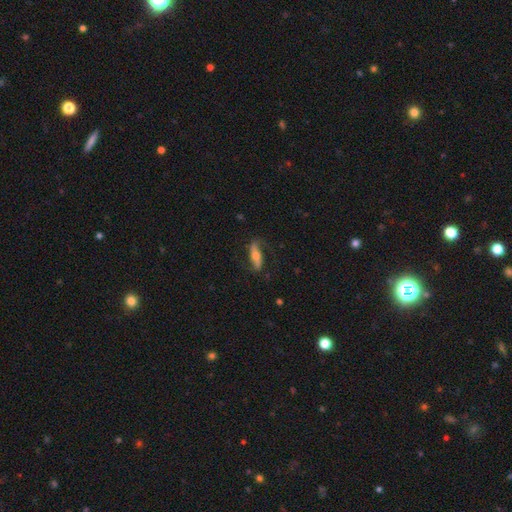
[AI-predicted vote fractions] This appears to be a featured or disk galaxy (58%). Merging: none (71%).